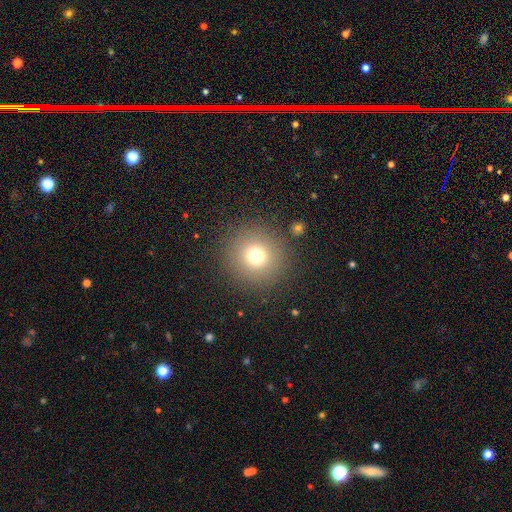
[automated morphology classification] Smooth or featured? smooth (73%)
How rounded? round (96%)
Merging? none (88%)